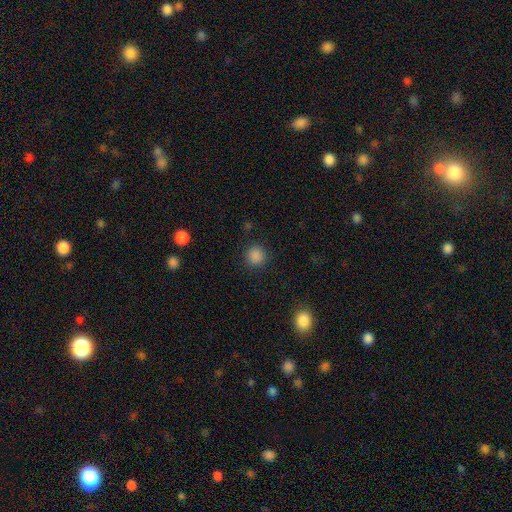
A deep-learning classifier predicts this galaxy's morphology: type=smooth (87%); roundness=round (93%); merging=none (90%).